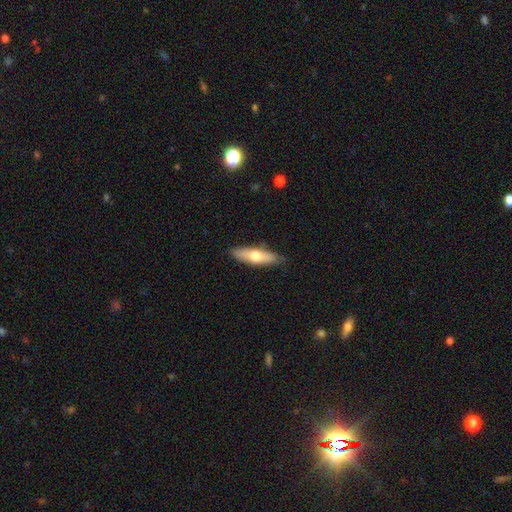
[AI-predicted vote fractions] A smooth galaxy with no disk features (59%) that is cigar-shaped (60%).

Vote fractions:
- Smooth or featured? smooth: 59% / featured or disk: 35% / star or artifact: 6%
- How rounded? cigar-shaped: 60% / in between: 38% / round: 2%
- Merging? none: 83% / minor disturbance: 13% / major disturbance: 2% / merger: 1%